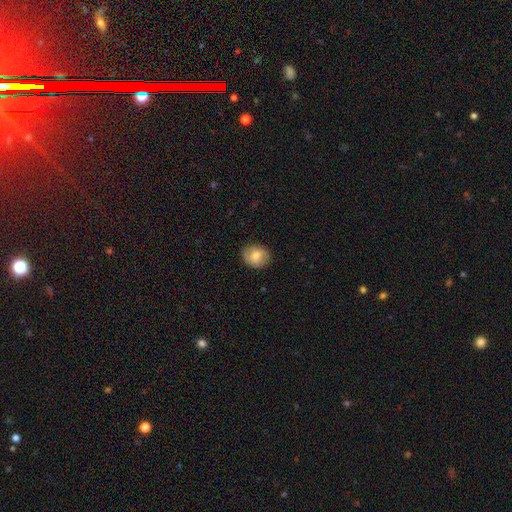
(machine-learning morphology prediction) Smooth or featured?
  - smooth: 73% *
  - featured or disk: 20%
  - star or artifact: 8%
How rounded?
  - round: 56% *
  - in between: 43%
  - cigar-shaped: 1%
Merging?
  - none: 85% *
  - minor disturbance: 11%
  - major disturbance: 3%
  - merger: 1%